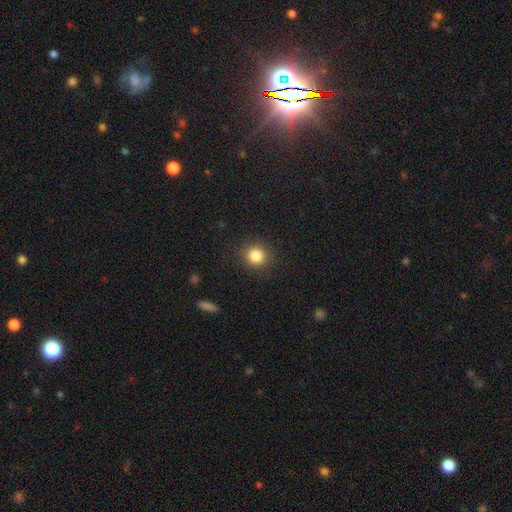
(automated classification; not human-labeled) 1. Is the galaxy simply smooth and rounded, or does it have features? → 84% smooth, 11% star or artifact, 5% featured or disk.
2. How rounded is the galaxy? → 89% round, 10% in between, 1% cigar-shaped.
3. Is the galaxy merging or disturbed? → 89% none, 7% minor disturbance, 3% major disturbance, 1% merger.